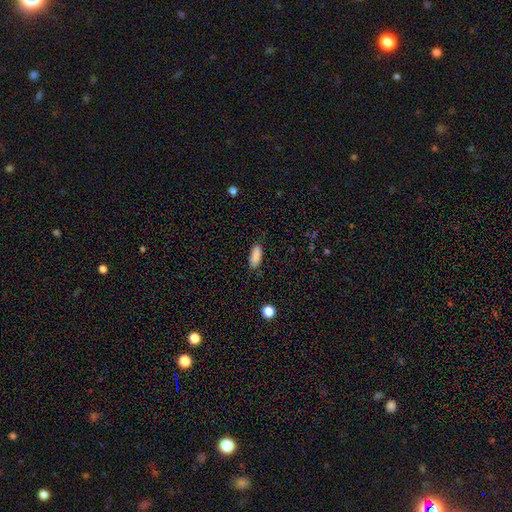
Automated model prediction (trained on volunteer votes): A smooth galaxy with no disk features (88%) that is in between round and cigar-shaped (75%).

Vote fractions:
- Smooth or featured? smooth: 88% / star or artifact: 8% / featured or disk: 4%
- How rounded? in between: 75% / cigar-shaped: 23% / round: 2%
- Merging? none: 85% / minor disturbance: 11% / major disturbance: 2% / merger: 1%